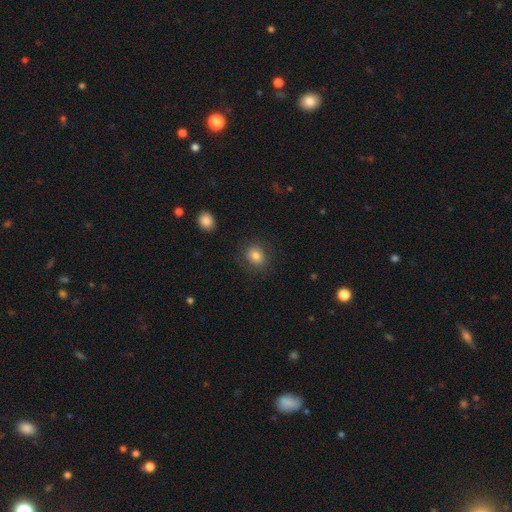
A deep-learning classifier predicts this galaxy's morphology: This appears to be a smooth galaxy with no disk features (80%) that is round (61%). Merging: none (82%).